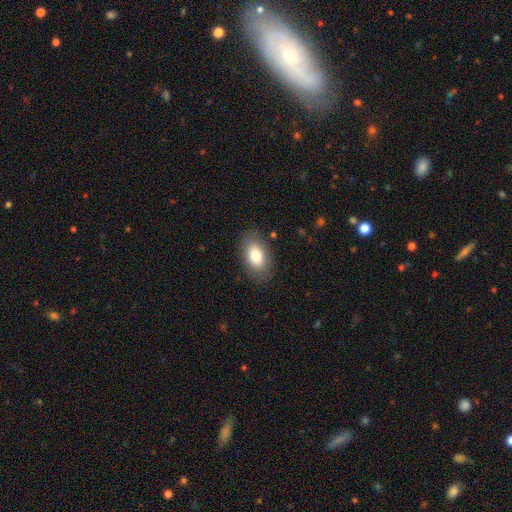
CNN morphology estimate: Q: Smooth or featured?
A: smooth (80%); runner-up: featured or disk (13%)
Q: How rounded?
A: in between (91%); runner-up: round (8%)
Q: Merging?
A: none (83%); runner-up: minor disturbance (12%)